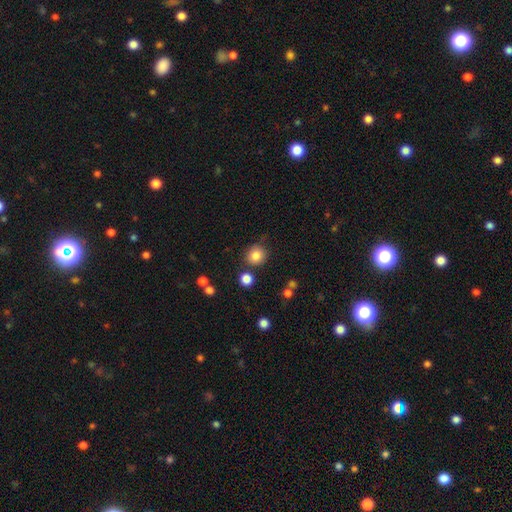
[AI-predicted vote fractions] Smooth or featured: smooth — 83% (star or artifact — 11%)
How rounded: round — 89% (in between — 10%)
Merging: none — 80% (minor disturbance — 11%)